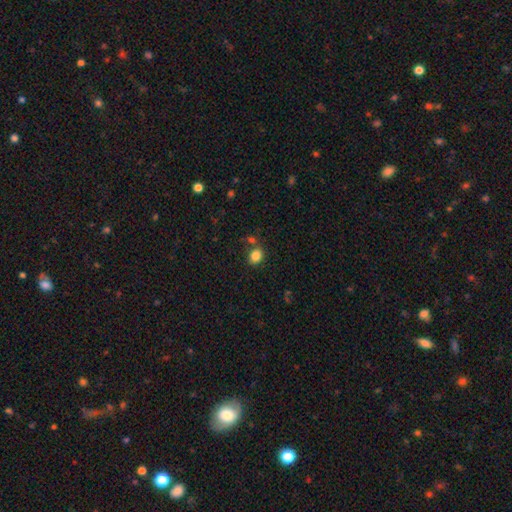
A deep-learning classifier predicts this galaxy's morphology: Q: Smooth or featured?
A: smooth (84%); runner-up: star or artifact (11%)
Q: How rounded?
A: in between (55%); runner-up: round (45%)
Q: Merging?
A: none (75%); runner-up: minor disturbance (11%)